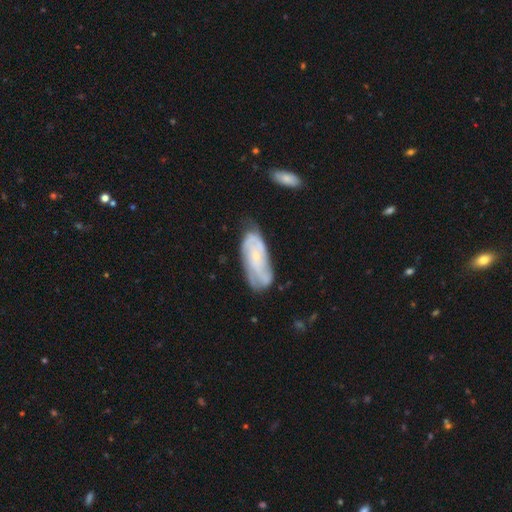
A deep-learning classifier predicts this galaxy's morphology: smooth_or_featured: featured or disk (p=0.72) [alt: smooth p=0.21]
disk_edge_on: no (p=0.92) [alt: yes p=0.08]
bar: no (p=0.70) [alt: weak p=0.23]
has_spiral_arms: yes (p=0.87) [alt: no p=0.13]
spiral_winding: tight (p=0.55) [alt: medium p=0.34]
spiral_arm_count: can't tell (p=0.38) [alt: 2 p=0.28]
bulge_size: small (p=0.74) [alt: moderate p=0.19]
merging: none (p=0.67) [alt: minor disturbance p=0.23]